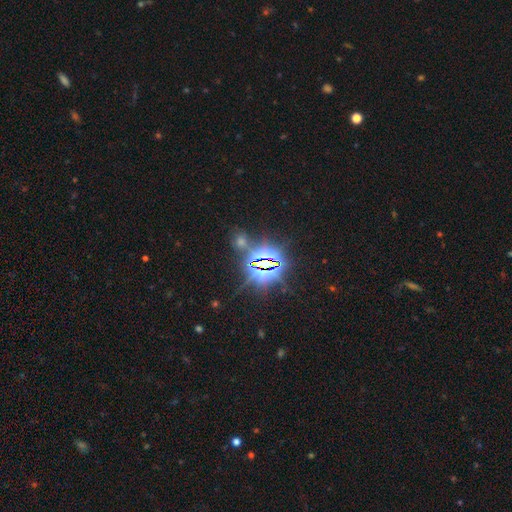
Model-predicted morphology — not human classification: Smooth or featured? Predicted: star or artifact (p=0.82).